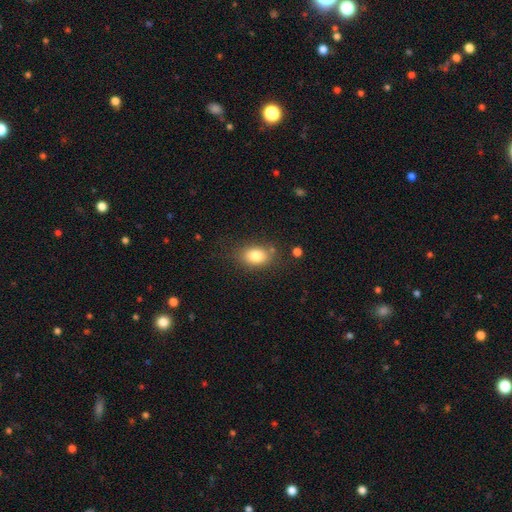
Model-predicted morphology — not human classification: The model was most divided on "how rounded": in between: 74%, round: 25%, cigar-shaped: 1%. More confident: smooth or featured — smooth (82%); merging — none (76%).